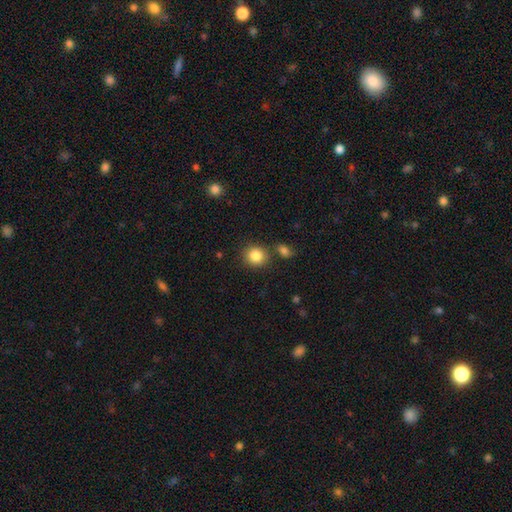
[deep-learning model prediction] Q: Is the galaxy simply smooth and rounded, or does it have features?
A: smooth — 85%.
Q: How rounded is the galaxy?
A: round — 83%.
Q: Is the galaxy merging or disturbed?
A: none — 78%.